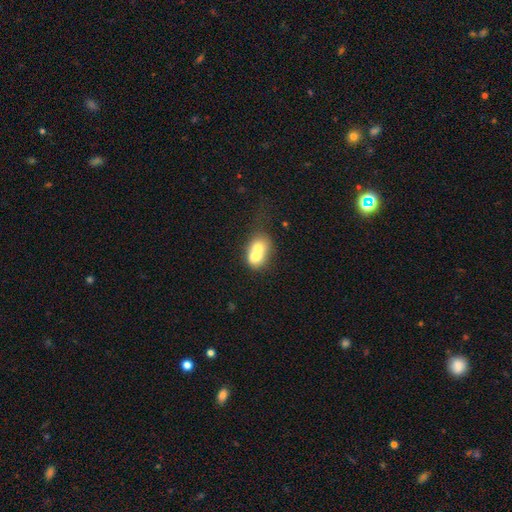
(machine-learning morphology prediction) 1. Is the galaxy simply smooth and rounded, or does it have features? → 65% smooth, 26% featured or disk, 9% star or artifact.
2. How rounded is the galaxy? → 51% in between, 48% round, 1% cigar-shaped.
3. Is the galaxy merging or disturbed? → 73% merger, 18% none, 6% minor disturbance, 3% major disturbance.